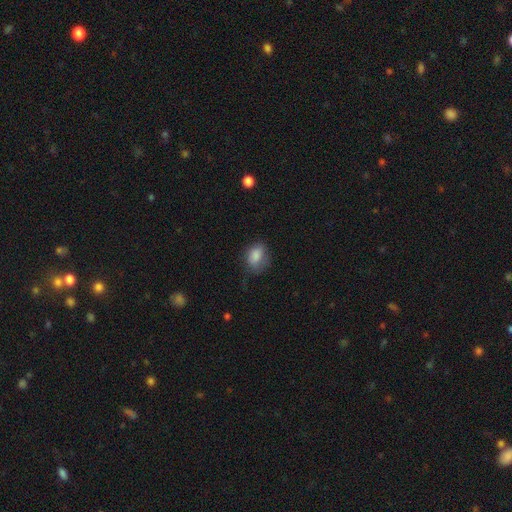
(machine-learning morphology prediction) Overall: smooth (84%). How rounded: in between (72%). Merging: none (57%; minor disturbance 29%).